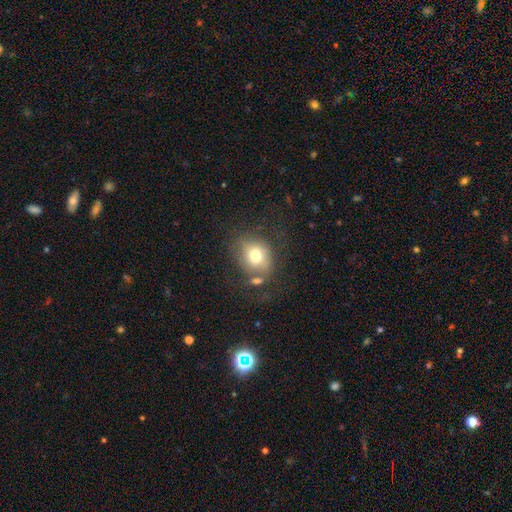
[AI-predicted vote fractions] smooth_or_featured: smooth (p=0.70) [alt: featured or disk p=0.19]
how_rounded: round (p=0.66) [alt: in between p=0.33]
merging: none (p=0.57) [alt: minor disturbance p=0.19]